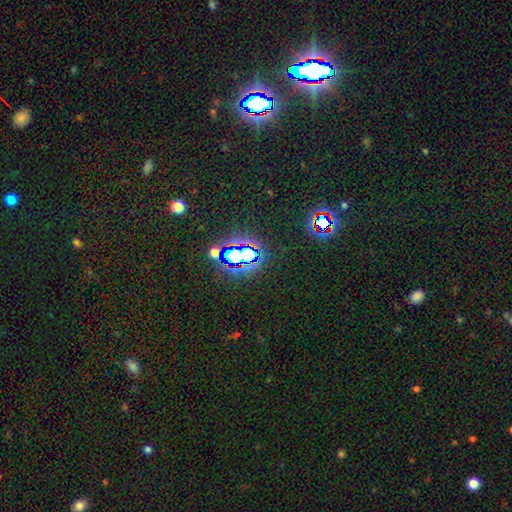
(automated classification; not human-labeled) smooth-or-featured: star or artifact: 69% | smooth: 20% | featured or disk: 11%